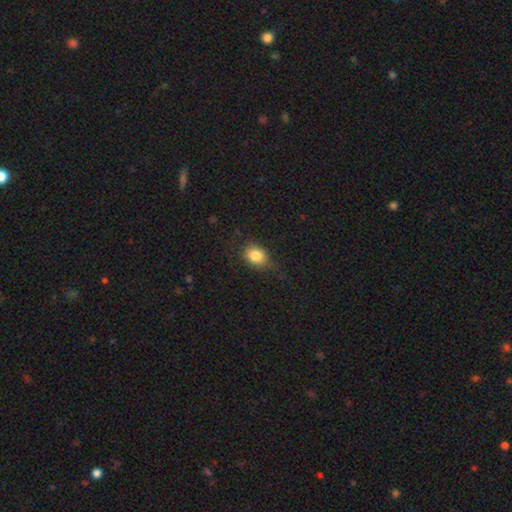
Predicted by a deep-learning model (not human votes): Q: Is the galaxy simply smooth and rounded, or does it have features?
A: smooth — 82%.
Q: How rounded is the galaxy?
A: in between — 51%.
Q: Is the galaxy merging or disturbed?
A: none — 72%.